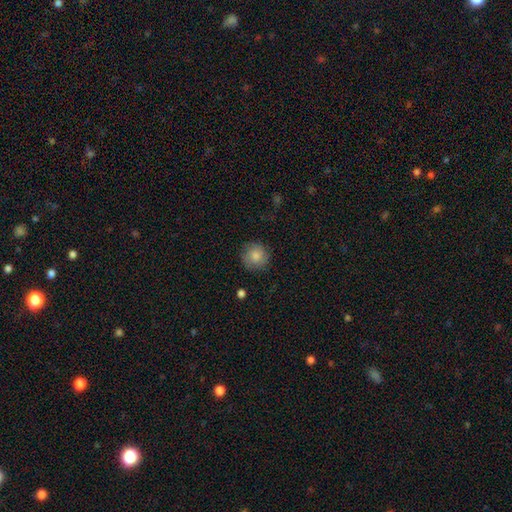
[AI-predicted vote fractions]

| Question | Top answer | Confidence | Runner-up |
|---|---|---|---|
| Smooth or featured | smooth | 82% | featured or disk (11%) |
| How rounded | round | 94% | in between (5%) |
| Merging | none | 85% | minor disturbance (11%) |